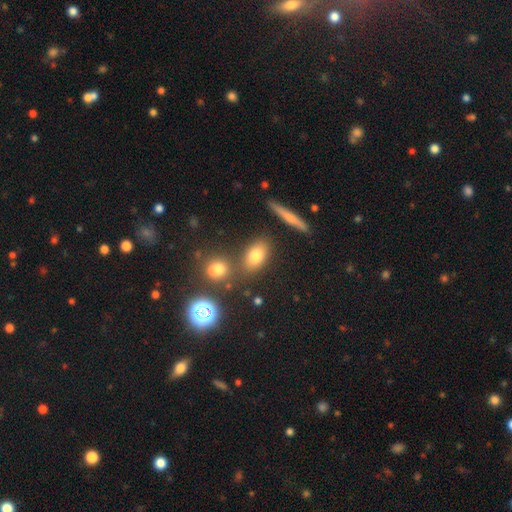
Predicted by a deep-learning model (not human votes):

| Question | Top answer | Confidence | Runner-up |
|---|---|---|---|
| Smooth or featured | smooth | 75% | star or artifact (13%) |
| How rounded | in between | 76% | round (18%) |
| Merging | none | 73% | merger (12%) |